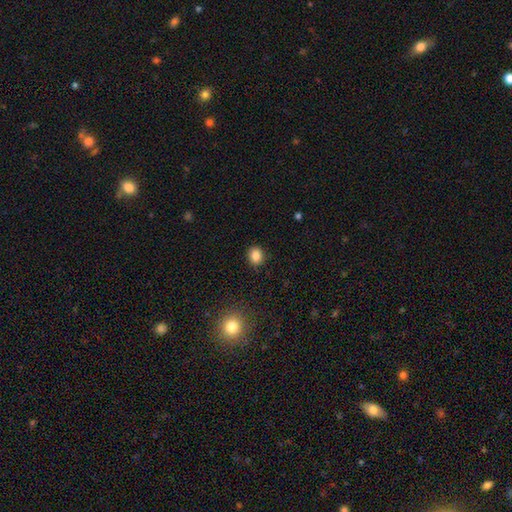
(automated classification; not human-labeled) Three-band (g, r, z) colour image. It shows a smooth galaxy with no disk features (85%) that is round (68%). Merging: none (90%).